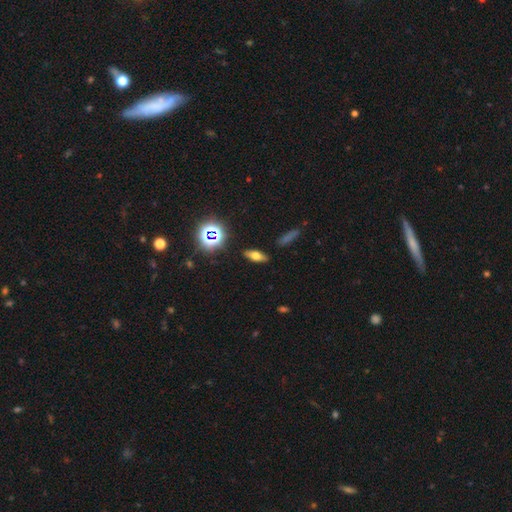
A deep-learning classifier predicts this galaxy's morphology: This appears to be a smooth galaxy with no disk features (57%) that is in between round and cigar-shaped (68%). Merging: none (88%).